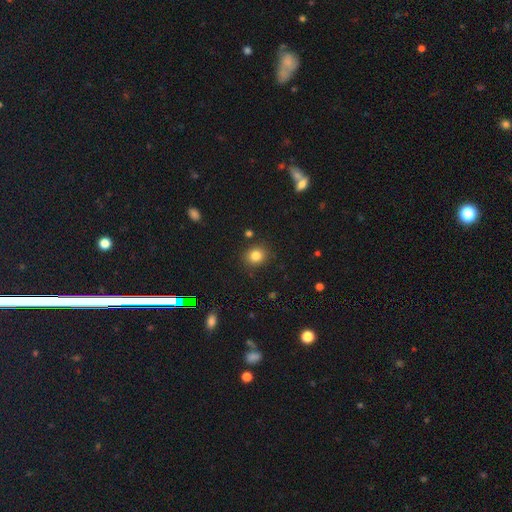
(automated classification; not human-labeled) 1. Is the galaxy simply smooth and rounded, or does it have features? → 82% smooth, 12% star or artifact, 6% featured or disk.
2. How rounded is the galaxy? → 79% round, 20% in between, 1% cigar-shaped.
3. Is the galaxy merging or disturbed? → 87% none, 8% minor disturbance, 3% major disturbance, 2% merger.